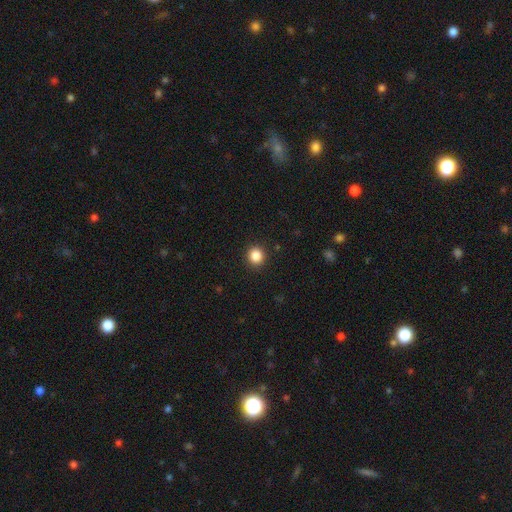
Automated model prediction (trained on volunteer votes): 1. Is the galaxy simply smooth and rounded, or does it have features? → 86% smooth, 11% star or artifact, 3% featured or disk.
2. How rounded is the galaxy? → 92% round, 7% in between, 1% cigar-shaped.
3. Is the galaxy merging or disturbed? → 92% none, 5% minor disturbance, 2% major disturbance, 1% merger.